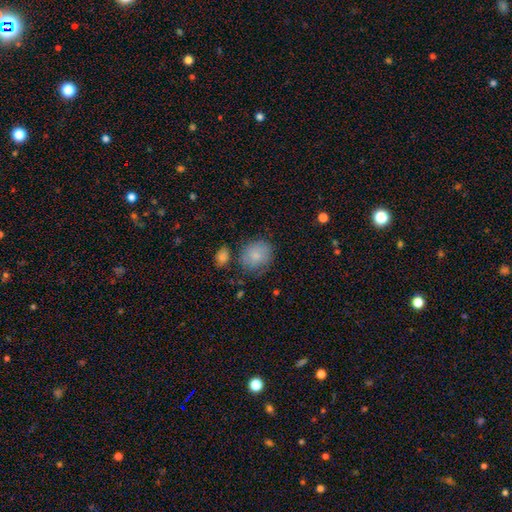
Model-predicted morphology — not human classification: Q: Smooth or featured?
A: smooth (79%); runner-up: featured or disk (13%)
Q: How rounded?
A: round (73%); runner-up: in between (26%)
Q: Merging?
A: none (66%); runner-up: minor disturbance (22%)